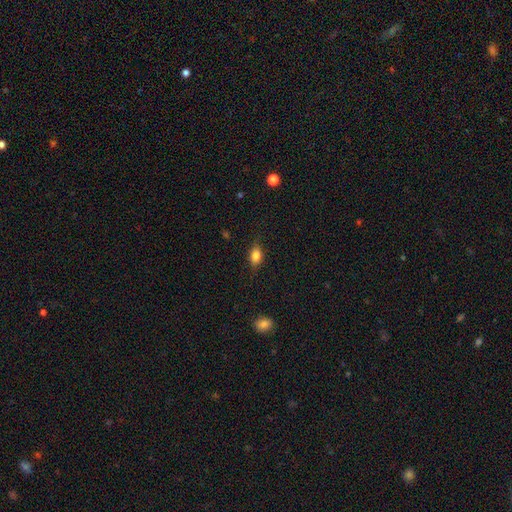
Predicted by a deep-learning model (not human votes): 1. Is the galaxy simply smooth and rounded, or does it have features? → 79% smooth, 12% featured or disk, 9% star or artifact.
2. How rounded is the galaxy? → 78% in between, 16% round, 6% cigar-shaped.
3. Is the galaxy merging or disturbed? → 78% none, 17% minor disturbance, 4% major disturbance, 1% merger.